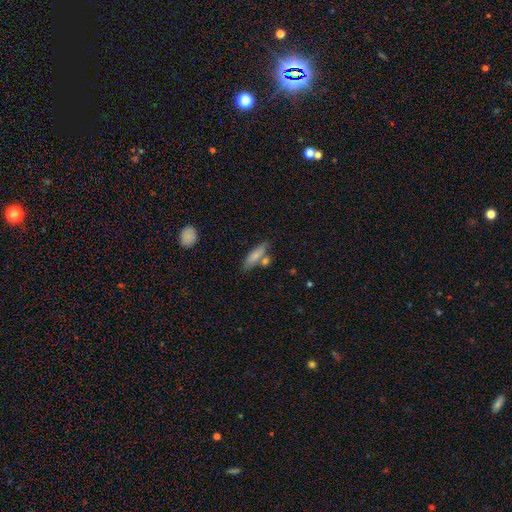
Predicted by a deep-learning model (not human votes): A smooth galaxy with no disk features (72%) that is cigar-shaped (55%). Merging: none (63%).